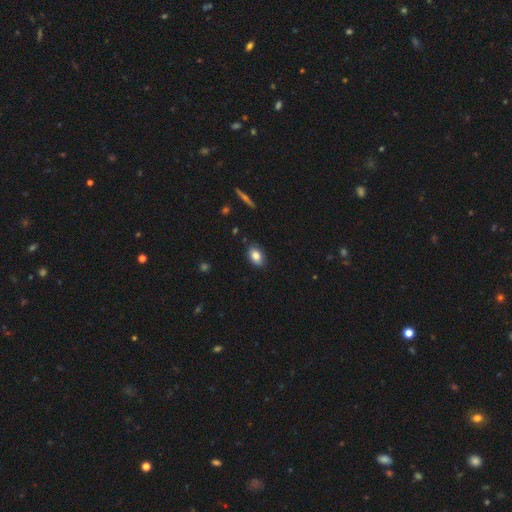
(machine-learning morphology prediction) type=smooth (83%); roundness=in between (86%); merging=none (86%).